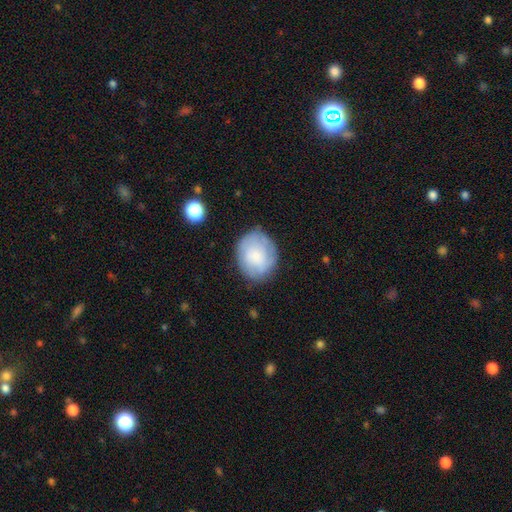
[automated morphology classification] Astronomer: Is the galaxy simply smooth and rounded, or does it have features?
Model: smooth — 60%.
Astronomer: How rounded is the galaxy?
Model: round — 62% (runner-up: in between, 37%).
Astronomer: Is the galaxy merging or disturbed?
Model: none — 70%.